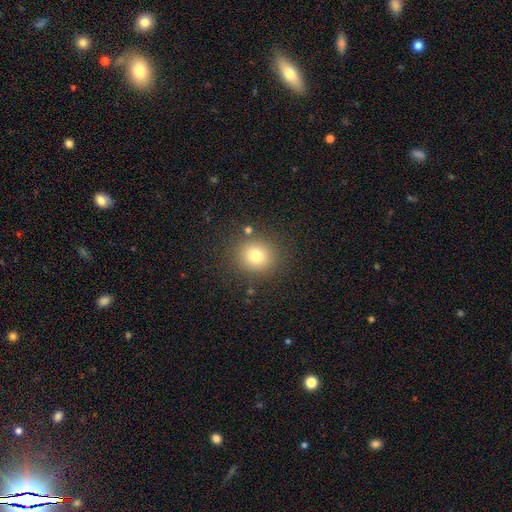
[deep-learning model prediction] A smooth galaxy with no disk features (76%) that is round (86%). Merging: none (85%).